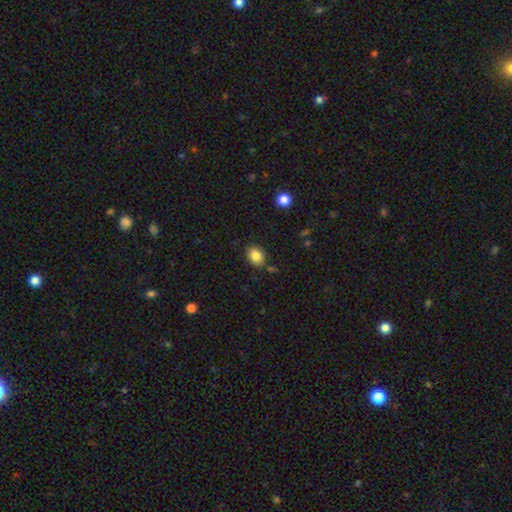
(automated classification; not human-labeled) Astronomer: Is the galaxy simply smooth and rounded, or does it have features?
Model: smooth — 84%.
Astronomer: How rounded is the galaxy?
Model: in between — 65%.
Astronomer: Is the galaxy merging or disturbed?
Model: none — 80%.